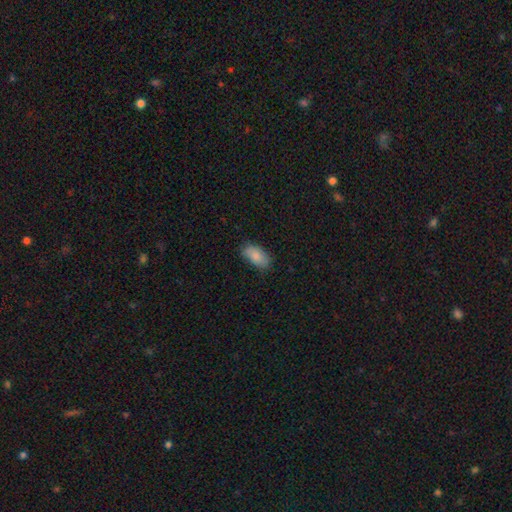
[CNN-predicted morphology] Smooth or featured?
  - smooth: 84% *
  - featured or disk: 9%
  - star or artifact: 7%
How rounded?
  - in between: 92% *
  - cigar-shaped: 5%
  - round: 3%
Merging?
  - none: 70% *
  - minor disturbance: 24%
  - major disturbance: 5%
  - merger: 1%